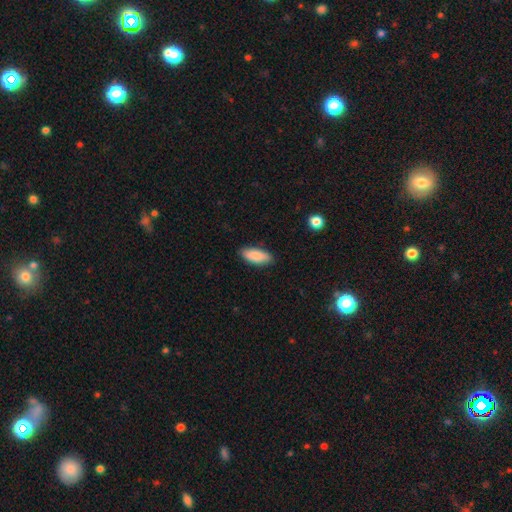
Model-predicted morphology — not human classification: A smooth galaxy with no disk features (87%) that is in between round and cigar-shaped (76%). Merging: none (87%).